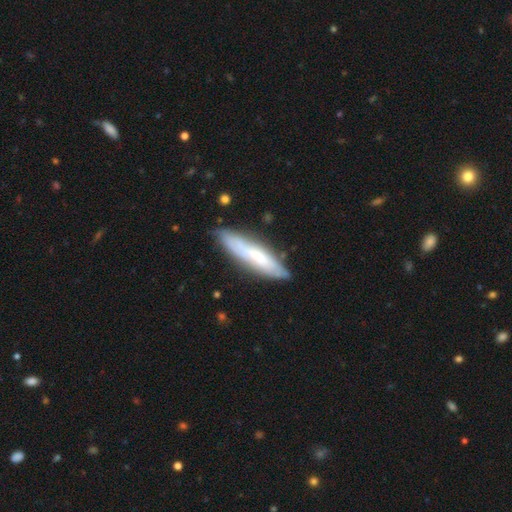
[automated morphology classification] type=smooth (55%); roundness=cigar-shaped (77%); merging=none (75%).